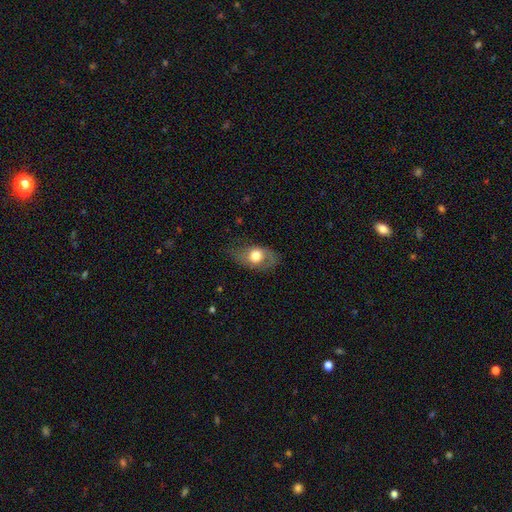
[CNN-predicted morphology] This is likely a smooth galaxy (62%). How rounded: likely in between (78%). Merging: likely none (60%).